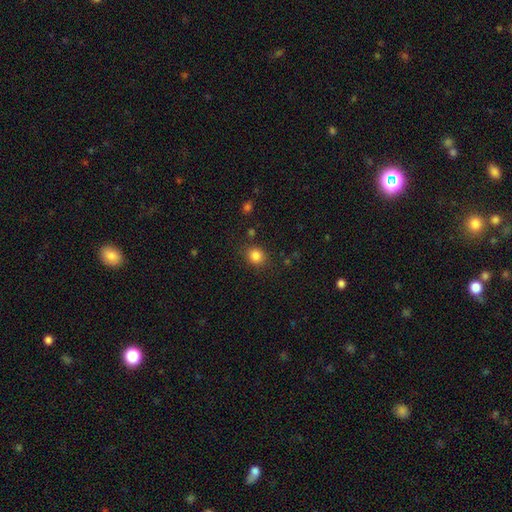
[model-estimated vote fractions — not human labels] smooth-or-featured: smooth: 85% | star or artifact: 11% | featured or disk: 4%
  how-rounded: round: 75% | in between: 24% | cigar-shaped: 1%
  merging: none: 82% | minor disturbance: 11% | major disturbance: 4% | merger: 3%